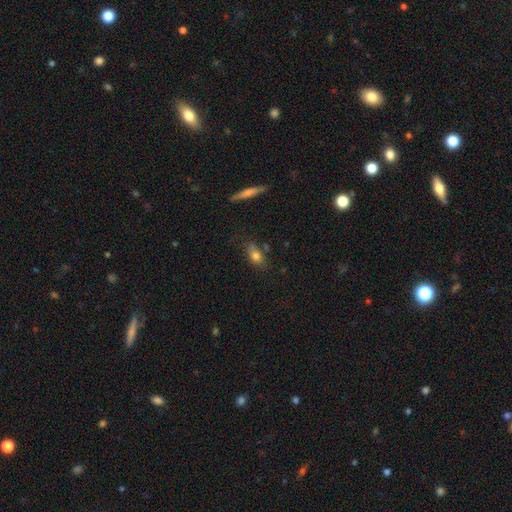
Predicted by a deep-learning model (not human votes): Smooth or featured? smooth (75%)
How rounded? in between (76%)
Merging? none (63%)